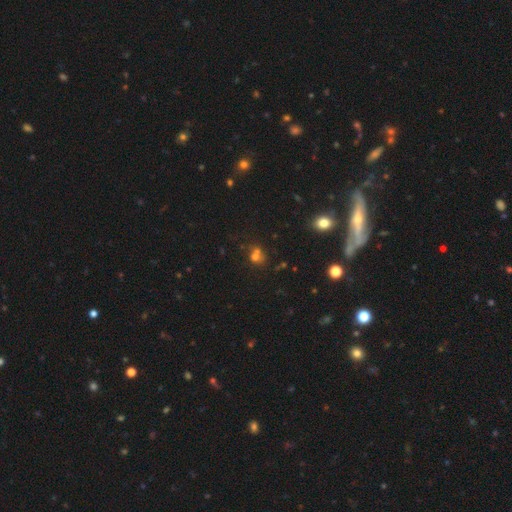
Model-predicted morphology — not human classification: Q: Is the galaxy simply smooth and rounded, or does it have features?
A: smooth — 59%.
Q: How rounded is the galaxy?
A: round — 72%.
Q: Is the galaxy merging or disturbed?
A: merger — 46%.